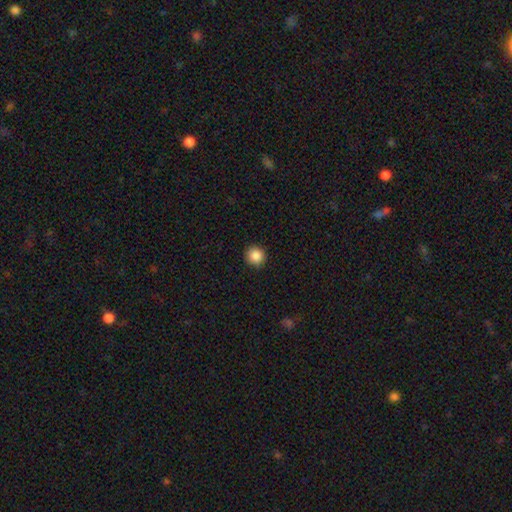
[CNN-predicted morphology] Smooth or featured? smooth (87%)
How rounded? round (93%)
Merging? none (91%)